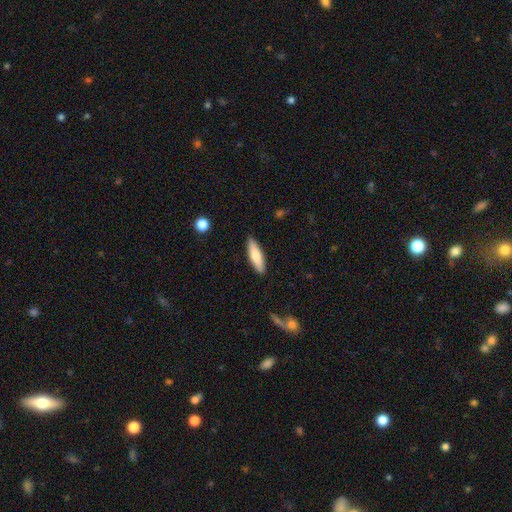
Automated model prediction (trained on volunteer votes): This is likely a smooth galaxy (74%). How rounded: likely cigar-shaped (63%). Merging: clearly none (89%).